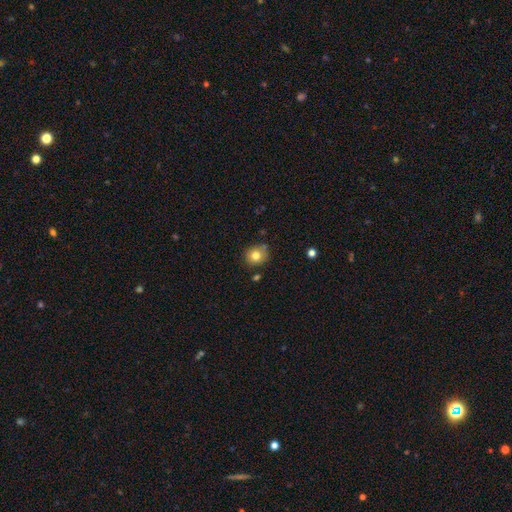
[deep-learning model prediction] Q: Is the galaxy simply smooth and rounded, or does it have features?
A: smooth — 78%.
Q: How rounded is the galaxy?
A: round — 83%.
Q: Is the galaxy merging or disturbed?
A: none — 77%.